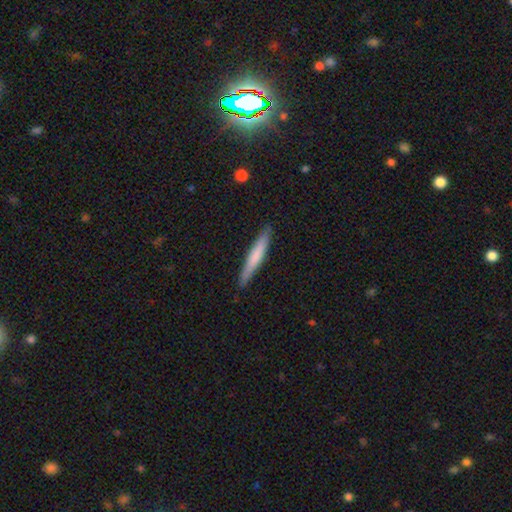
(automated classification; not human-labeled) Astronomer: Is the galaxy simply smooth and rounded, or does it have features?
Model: smooth — 67%.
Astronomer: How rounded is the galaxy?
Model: cigar-shaped — 95%.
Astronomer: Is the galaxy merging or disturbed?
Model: none — 89%.